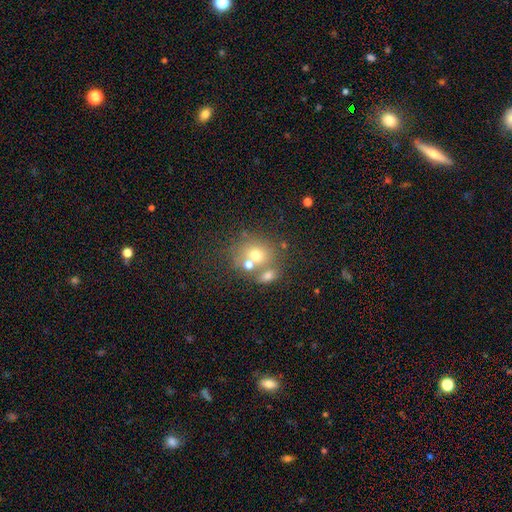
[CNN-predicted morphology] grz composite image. It shows a smooth galaxy with no disk features (64%) that is round (72%). Merging: none (44%).